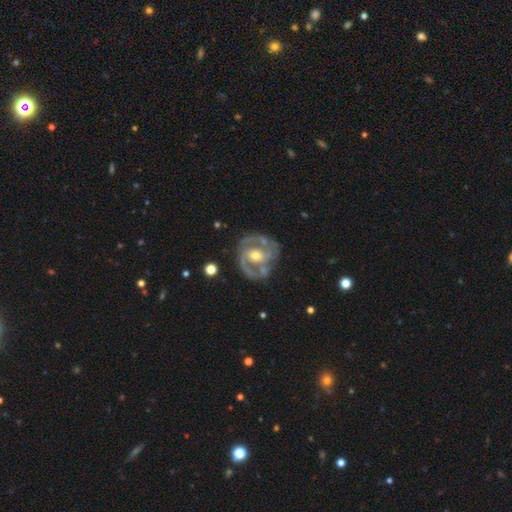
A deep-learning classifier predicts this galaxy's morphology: This appears to be a featured or disk galaxy (85%) with no bar (54%), 2 (67%) tight (45%) spiral arms (88%) and a moderate central bulge (66%). Merging: none (69%).